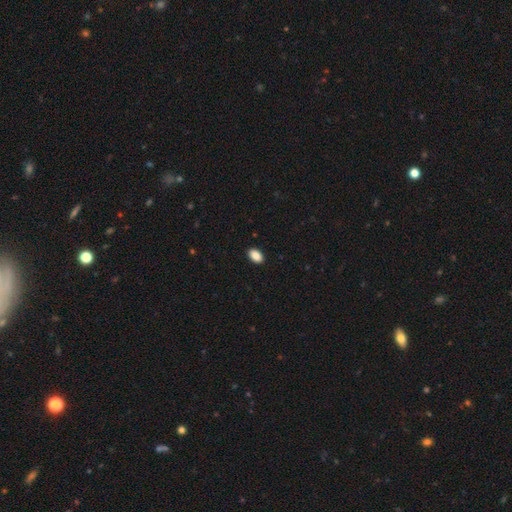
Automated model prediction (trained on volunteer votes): Smooth or featured?
  - smooth: 89% *
  - star or artifact: 8%
  - featured or disk: 3%
How rounded?
  - in between: 91% *
  - round: 7%
  - cigar-shaped: 1%
Merging?
  - none: 91% *
  - minor disturbance: 7%
  - major disturbance: 2%
  - merger: 1%